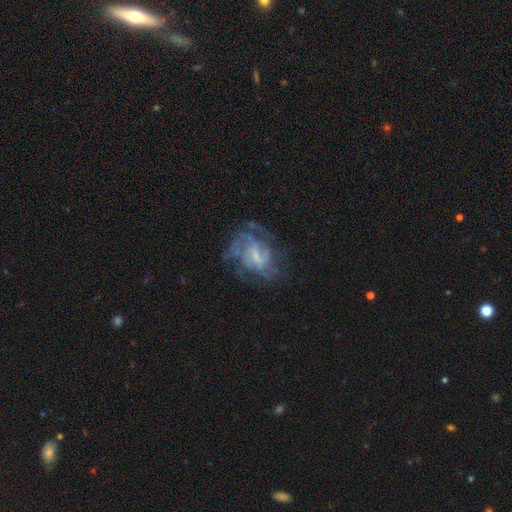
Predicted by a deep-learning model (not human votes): Smooth or featured: featured or disk — 77% (smooth — 14%)
Edge-on disk: no — 97% (yes — 3%)
Bar: weak — 53% (no — 30%)
Spiral arms: yes — 83% (no — 17%)
Spiral winding: medium — 44% (tight — 37%)
Spiral arm count: can't tell — 40% (2 — 24%)
Bulge size: small — 45% (none — 28%)
Merging: none — 53% (major disturbance — 24%)